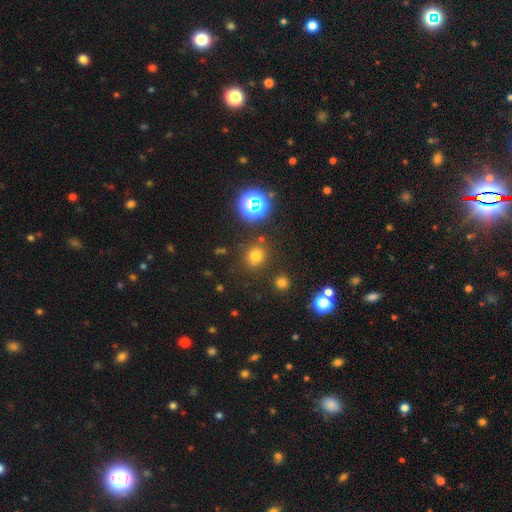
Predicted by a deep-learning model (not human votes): smooth_or_featured: smooth (p=0.68) [alt: star or artifact p=0.24]
how_rounded: round (p=0.79) [alt: in between p=0.20]
merging: none (p=0.81) [alt: minor disturbance p=0.10]